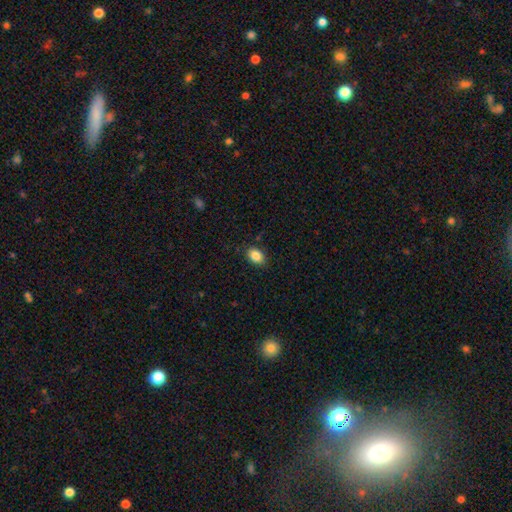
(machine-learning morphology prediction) smooth_or_featured: smooth (p=0.86) [alt: star or artifact p=0.09]
how_rounded: in between (p=0.76) [alt: round p=0.23]
merging: none (p=0.86) [alt: minor disturbance p=0.10]